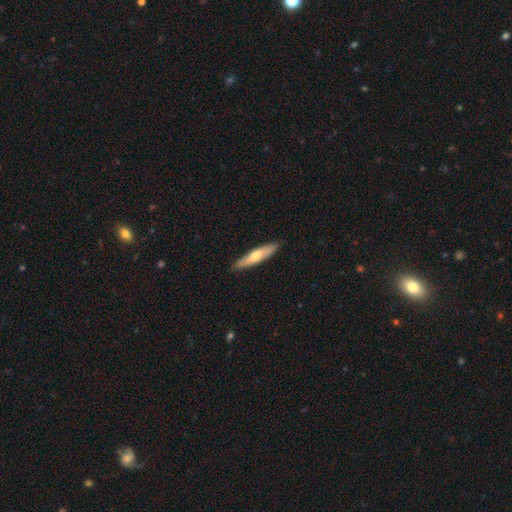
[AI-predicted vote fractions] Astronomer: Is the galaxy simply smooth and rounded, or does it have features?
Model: smooth — 60% (runner-up: featured or disk, 35%).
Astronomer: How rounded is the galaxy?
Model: cigar-shaped — 81%.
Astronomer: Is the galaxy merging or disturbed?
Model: none — 87%.